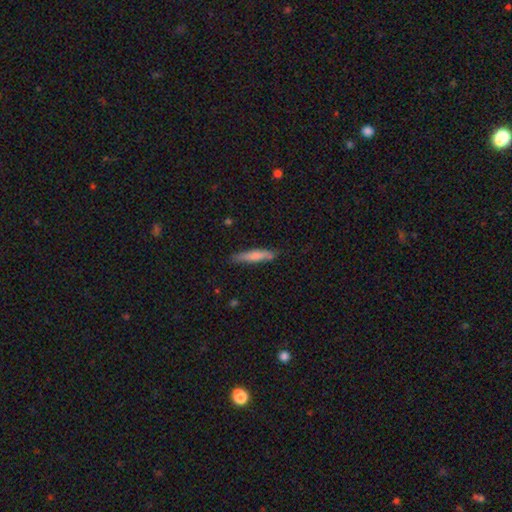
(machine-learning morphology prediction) This appears to be a smooth galaxy with no disk features (72%) that is cigar-shaped (87%). Merging: none (77%).